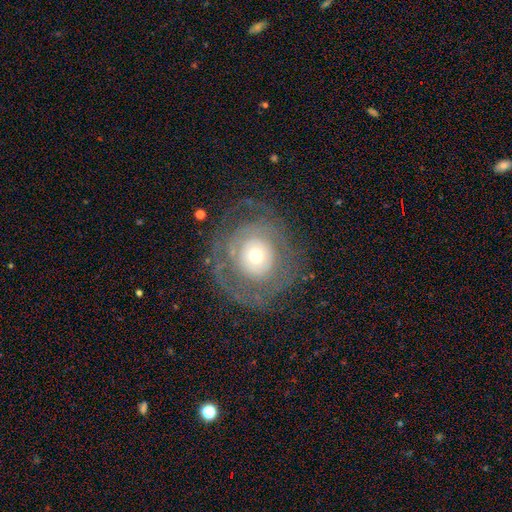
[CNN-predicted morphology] type=featured or disk (60%); edge-on=no (96%); bar=no (88%); spiral arms=no (57%); bulge=moderate (46%); merging=none (71%).